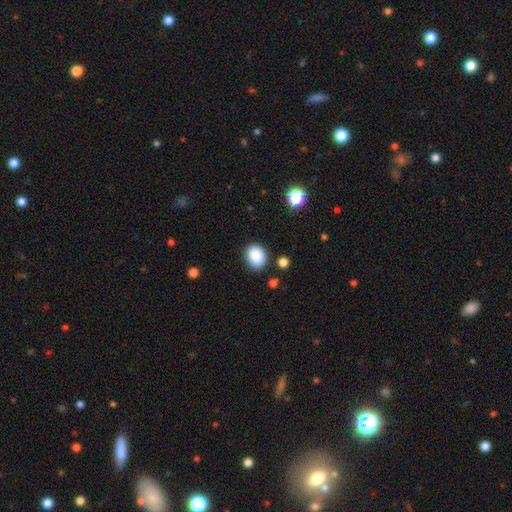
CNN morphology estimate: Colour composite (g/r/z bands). It shows a smooth galaxy with no disk features (87%) that is in between round and cigar-shaped (53%). Merging: none (80%).